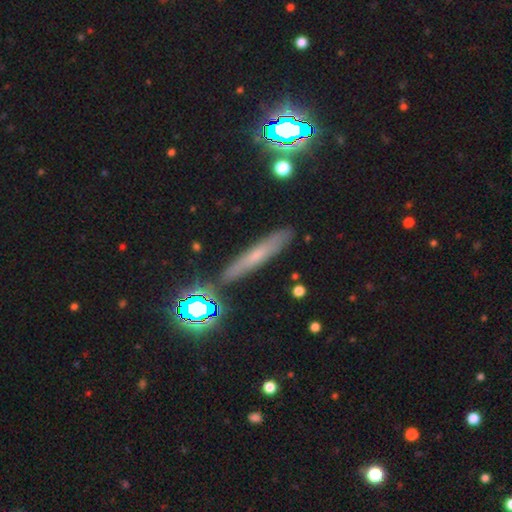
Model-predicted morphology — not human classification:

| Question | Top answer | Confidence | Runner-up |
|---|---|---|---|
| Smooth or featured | smooth | 48% | featured or disk (33%) |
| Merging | none | 85% | minor disturbance (10%) |